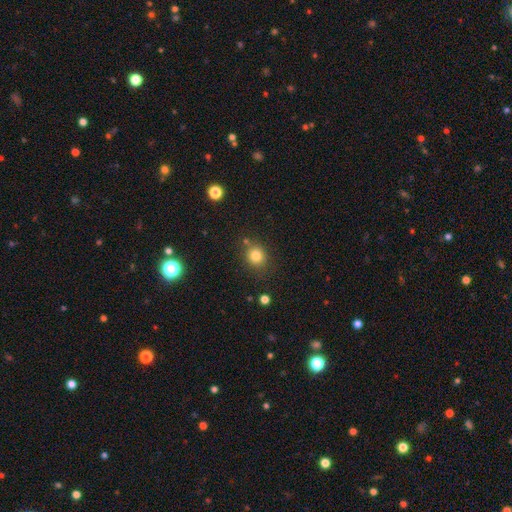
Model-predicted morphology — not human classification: Smooth or featured?
  - smooth: 81% *
  - star or artifact: 12%
  - featured or disk: 7%
How rounded?
  - round: 79% *
  - in between: 20%
  - cigar-shaped: 1%
Merging?
  - none: 76% *
  - minor disturbance: 13%
  - merger: 7%
  - major disturbance: 4%